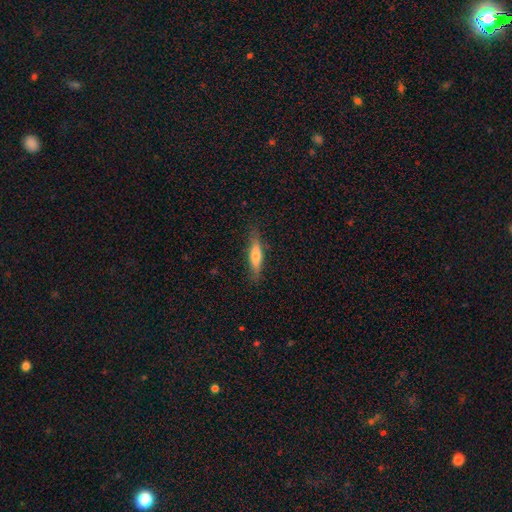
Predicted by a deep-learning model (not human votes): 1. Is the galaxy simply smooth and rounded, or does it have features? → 61% smooth, 33% featured or disk, 6% star or artifact.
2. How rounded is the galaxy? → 74% cigar-shaped, 24% in between, 2% round.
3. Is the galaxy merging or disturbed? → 83% none, 13% minor disturbance, 3% major disturbance, 1% merger.